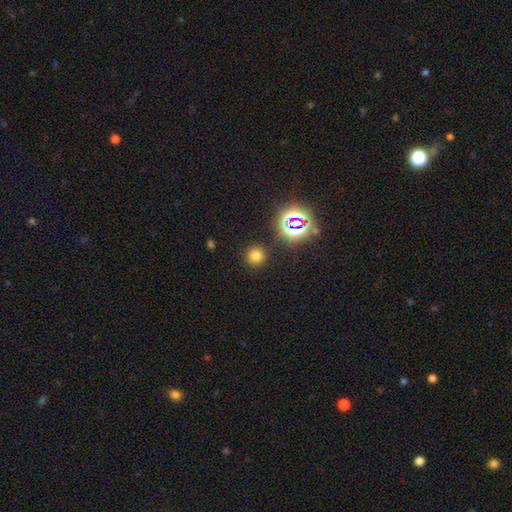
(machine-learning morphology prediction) smooth 71%, star or artifact 23%, featured or disk 6%. Down the decision tree: how rounded — round (94%); merging — none (89%).